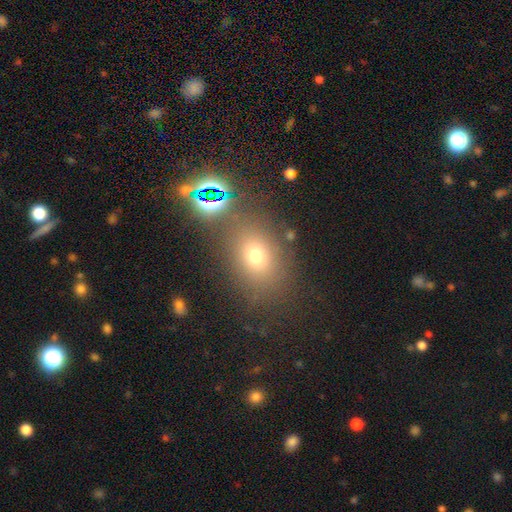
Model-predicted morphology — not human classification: A smooth galaxy with no disk features (66%) that is in between round and cigar-shaped (58%).

Vote fractions:
- Smooth or featured? smooth: 66% / star or artifact: 21% / featured or disk: 12%
- How rounded? in between: 58% / round: 41% / cigar-shaped: 2%
- Merging? none: 74% / minor disturbance: 12% / merger: 8% / major disturbance: 6%